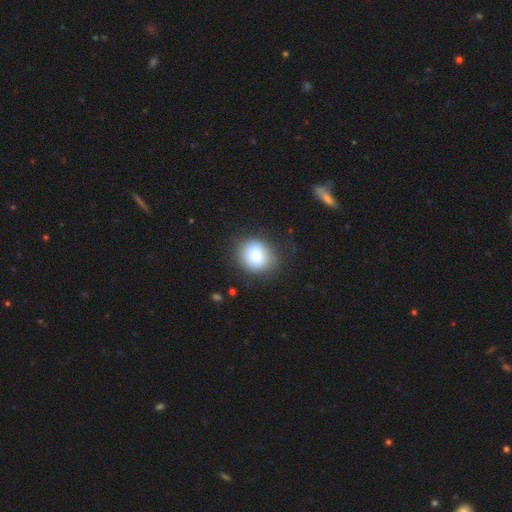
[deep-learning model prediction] Smooth or featured? Predicted: smooth (p=0.81). How rounded? Predicted: round (p=0.75). Merging? Predicted: none (p=0.77).